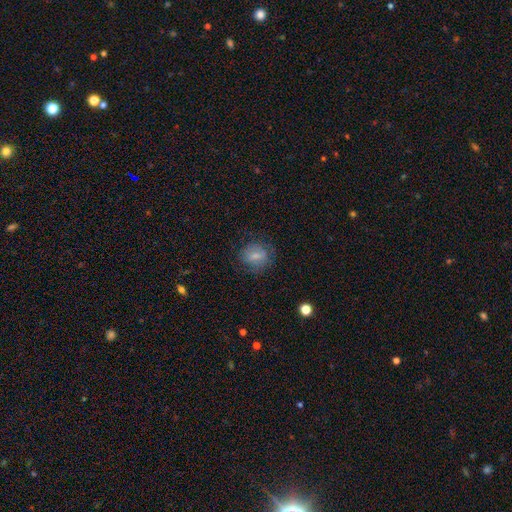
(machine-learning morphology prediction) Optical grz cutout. It shows a smooth galaxy with no disk features (73%) that is round (66%). Merging: none (72%).